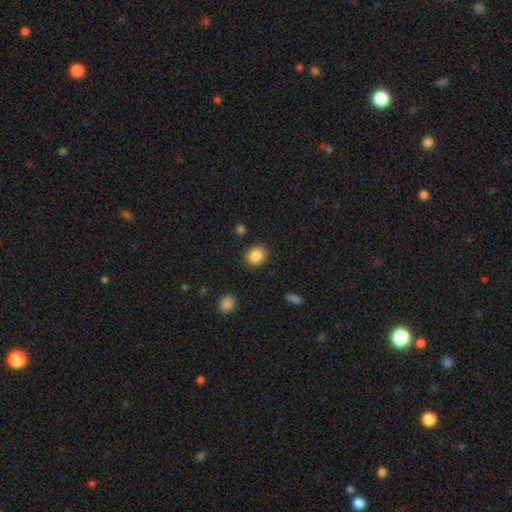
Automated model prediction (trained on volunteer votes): Smooth or featured? smooth (87%)
How rounded? round (68%)
Merging? none (88%)